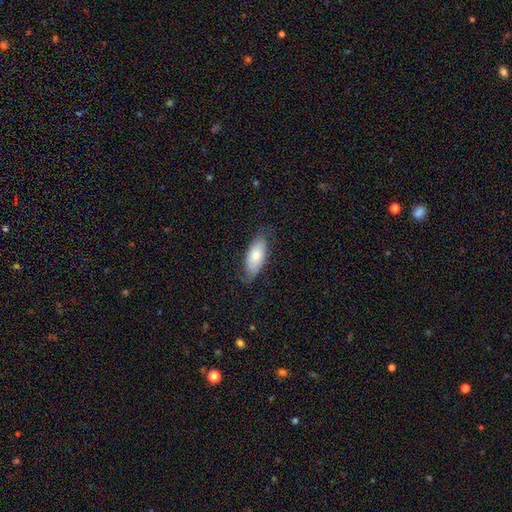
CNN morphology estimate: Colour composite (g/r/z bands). It shows a smooth galaxy with no disk features (73%) that is in between round and cigar-shaped (86%). Merging: none (69%).